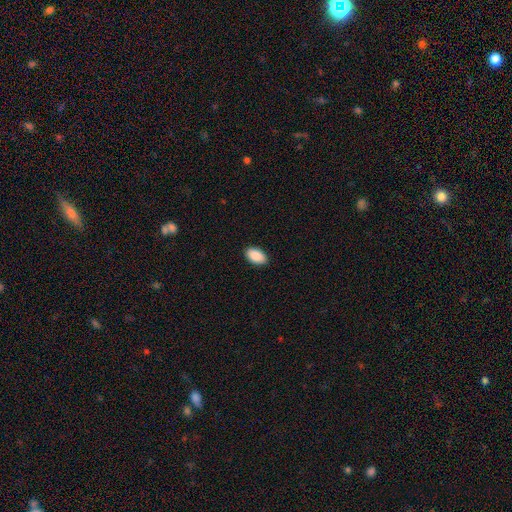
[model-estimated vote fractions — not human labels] This is clearly a smooth galaxy (90%). How rounded: clearly in between (94%). Merging: clearly none (89%).